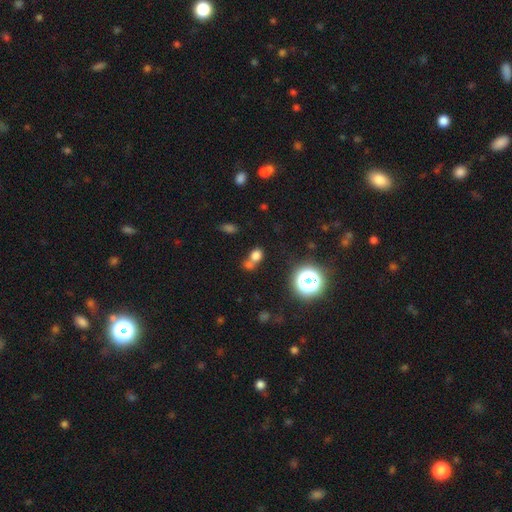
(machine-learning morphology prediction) A smooth galaxy with no disk features (69%) that is round (55%).

Vote fractions:
- Smooth or featured? smooth: 69% / star or artifact: 21% / featured or disk: 10%
- How rounded? round: 55% / in between: 43% / cigar-shaped: 2%
- Merging? none: 42% / merger: 41% / minor disturbance: 10% / major disturbance: 6%